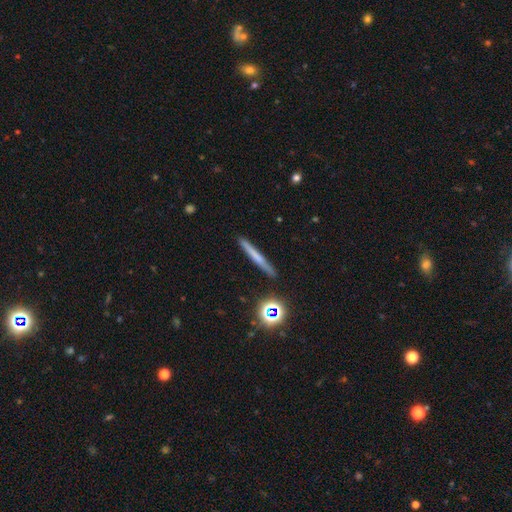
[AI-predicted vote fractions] Smooth or featured? smooth (53%)
How rounded? cigar-shaped (94%)
Merging? none (89%)